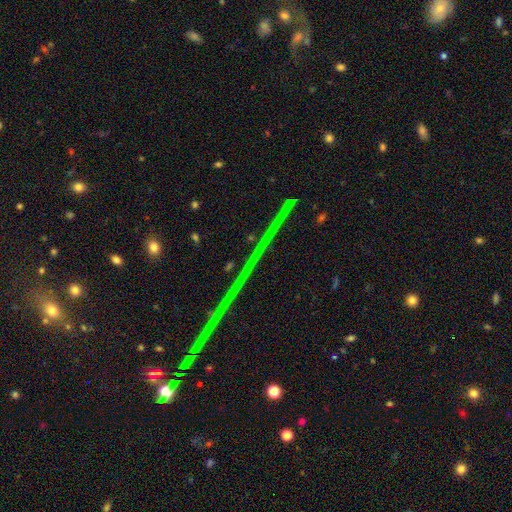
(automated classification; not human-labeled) Overall: star or artifact (74%).